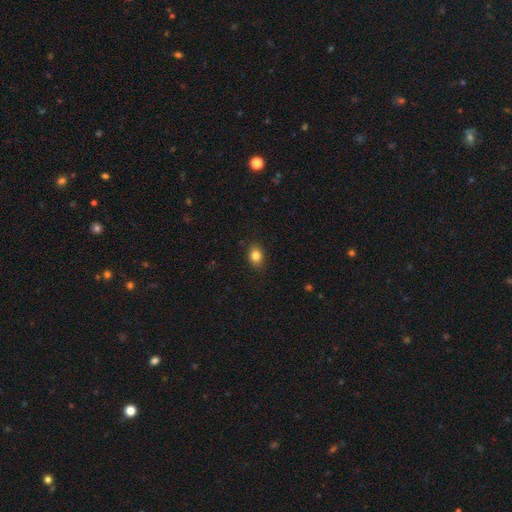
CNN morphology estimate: The model was most divided on "how rounded": in between: 62%, round: 37%, cigar-shaped: 1%. More confident: merging — none (87%); smooth or featured — smooth (83%).